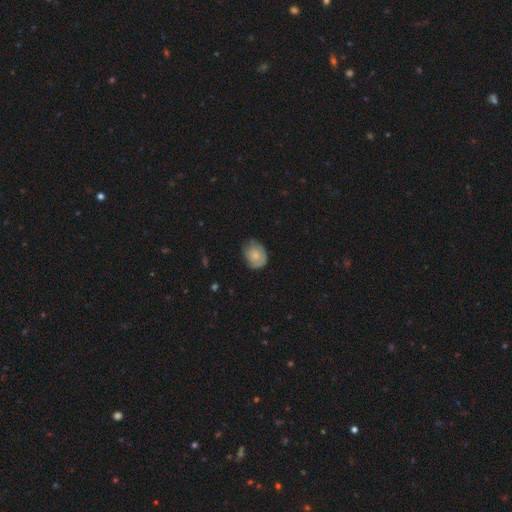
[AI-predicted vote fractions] Q: Smooth or featured?
A: smooth (68%); runner-up: featured or disk (26%)
Q: How rounded?
A: in between (52%); runner-up: round (47%)
Q: Merging?
A: none (58%); runner-up: minor disturbance (33%)